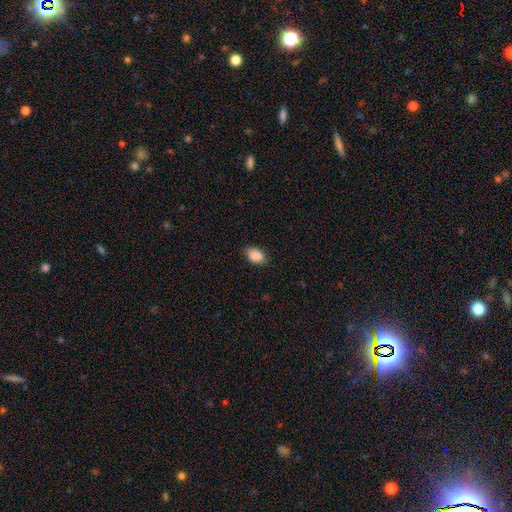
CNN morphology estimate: Smooth or featured?
  - smooth: 89% *
  - star or artifact: 8%
  - featured or disk: 4%
How rounded?
  - in between: 82% *
  - round: 16%
  - cigar-shaped: 1%
Merging?
  - none: 80% *
  - minor disturbance: 16%
  - major disturbance: 3%
  - merger: 1%